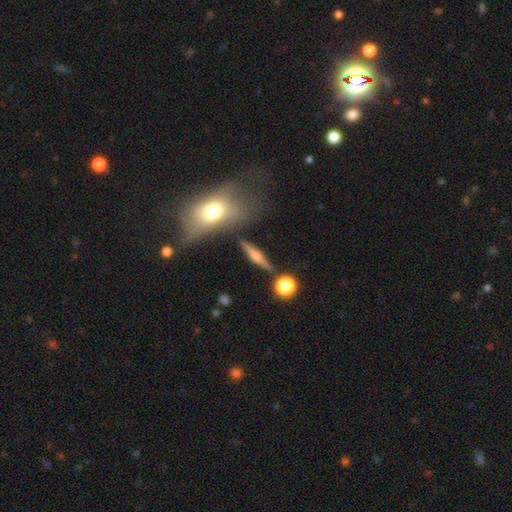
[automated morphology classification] Q: Smooth or featured?
A: featured or disk (51%); runner-up: smooth (41%)
Q: Edge-on disk?
A: yes (90%); runner-up: no (10%)
Q: Merging?
A: none (80%); runner-up: minor disturbance (11%)